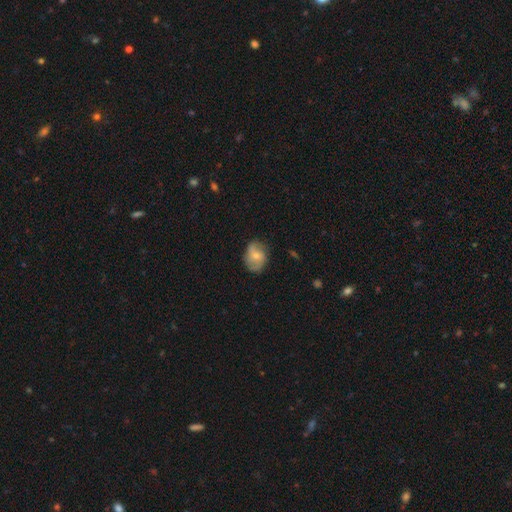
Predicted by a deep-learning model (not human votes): Smooth or featured: featured or disk — 48% (smooth — 44%)
Merging: none — 69% (minor disturbance — 23%)